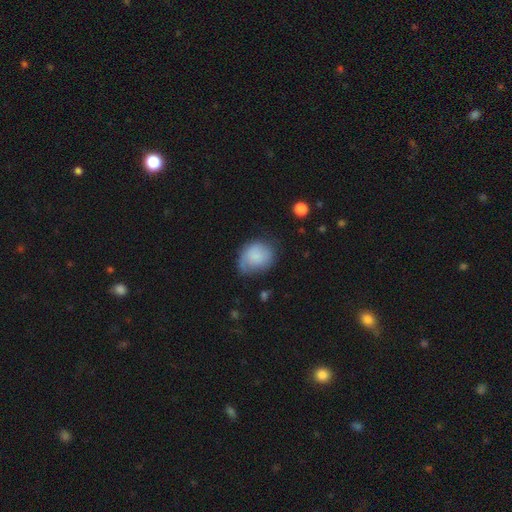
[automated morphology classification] A smooth galaxy with no disk features (75%) that is round (53%).

Vote fractions:
- Smooth or featured? smooth: 75% / featured or disk: 18% / star or artifact: 7%
- How rounded? round: 53% / in between: 46% / cigar-shaped: 1%
- Merging? none: 51% / minor disturbance: 32% / major disturbance: 14% / merger: 2%